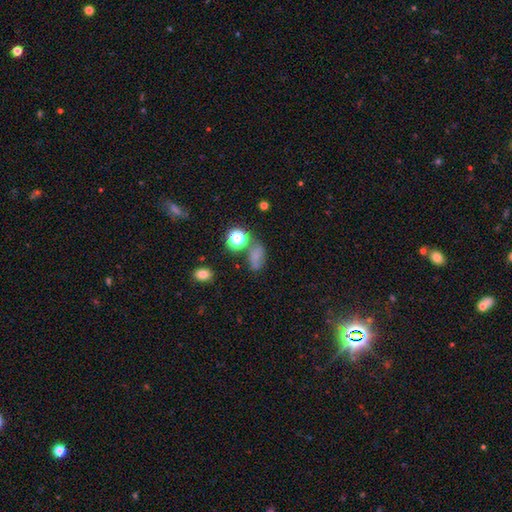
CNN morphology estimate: Overall: smooth (66%). How rounded: in between (75%). Merging: none (55%; minor disturbance 21%).